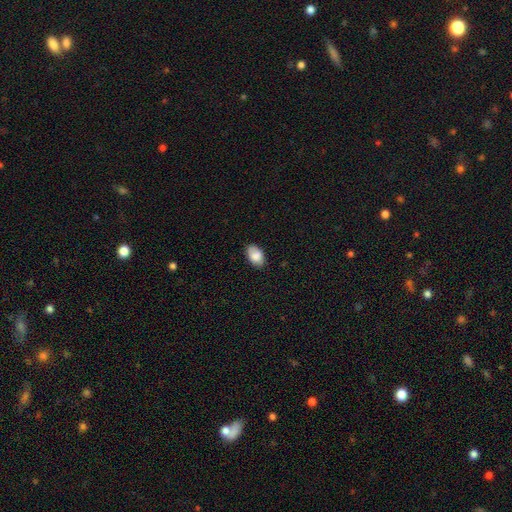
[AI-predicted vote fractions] Smooth or featured? Predicted: smooth (p=0.84). How rounded? Predicted: in between (p=0.92). Merging? Predicted: none (p=0.79).